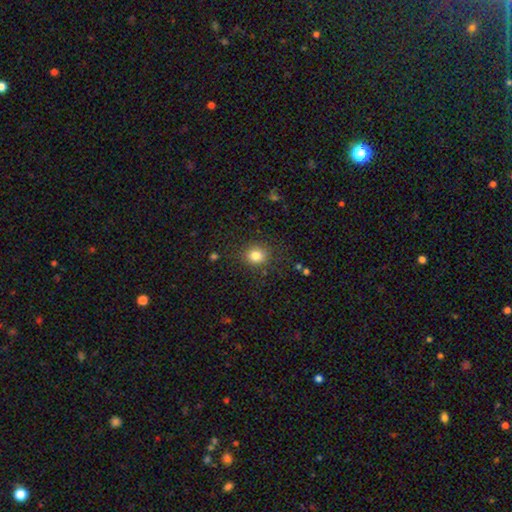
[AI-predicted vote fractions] A smooth galaxy with no disk features (82%) that is round (79%).

Vote fractions:
- Smooth or featured? smooth: 82% / star or artifact: 12% / featured or disk: 6%
- How rounded? round: 79% / in between: 20% / cigar-shaped: 1%
- Merging? none: 84% / minor disturbance: 10% / major disturbance: 4% / merger: 1%